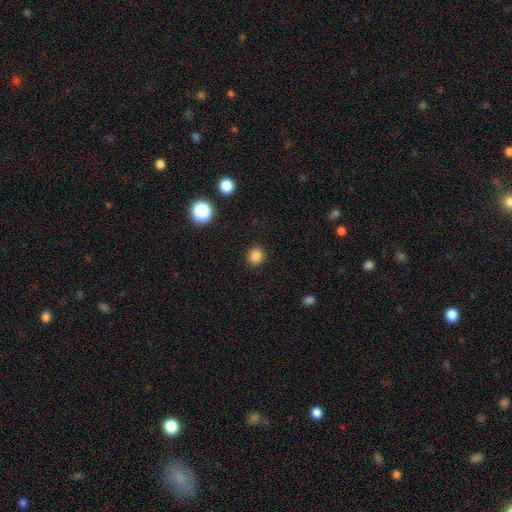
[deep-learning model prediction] smooth 85%, star or artifact 12%, featured or disk 3%. Down the decision tree: how rounded — round (85%); merging — none (91%).